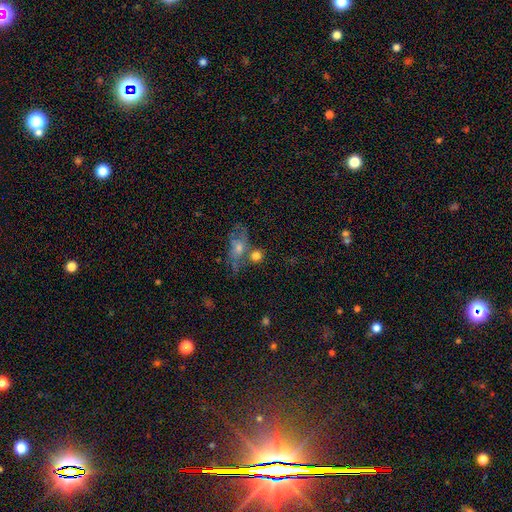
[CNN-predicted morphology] This appears to be a smooth galaxy with no disk features (70%) that is round (66%). Merging: none (45%).